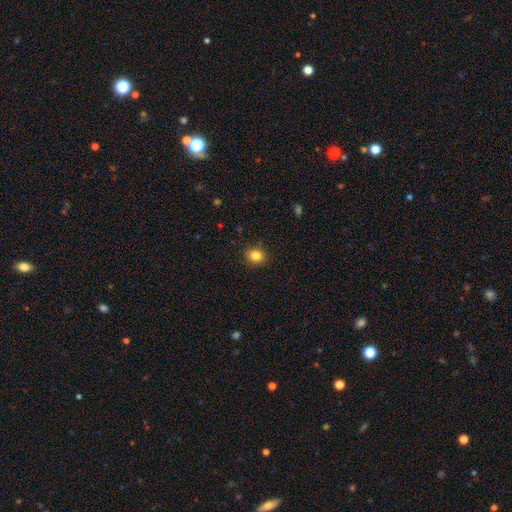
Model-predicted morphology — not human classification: type=smooth (83%); roundness=round (71%); merging=none (88%).